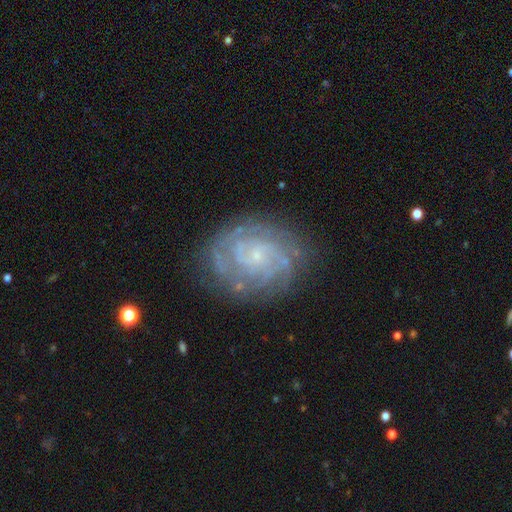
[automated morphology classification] The model was most divided on "spiral arm count": can't tell: 28%, 2: 25%, 3: 19%, 4: 14%, more than 4: 7%, 1: 6%. More confident: edge-on disk — no (98%); spiral arms — yes (96%); smooth or featured — featured or disk (85%); bulge size — small (82%); merging — none (77%); spiral winding — tight (72%); bar — no (72%).